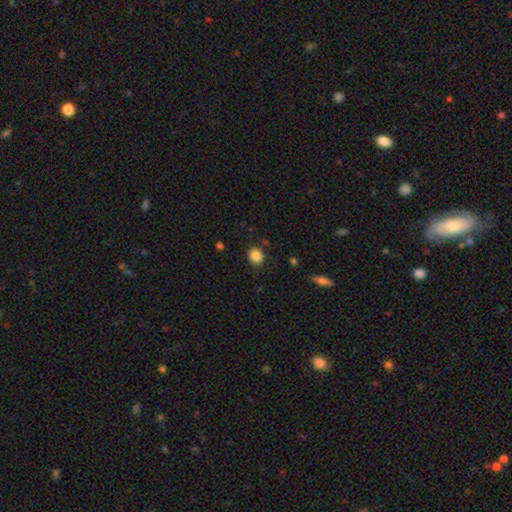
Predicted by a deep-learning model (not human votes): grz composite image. It shows a smooth galaxy with no disk features (85%) that is round (70%). Merging: none (84%).